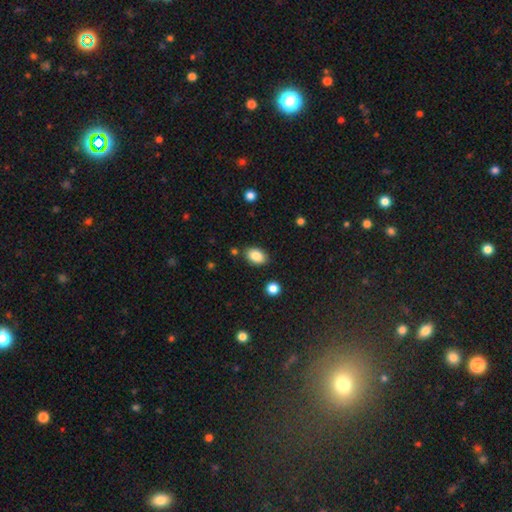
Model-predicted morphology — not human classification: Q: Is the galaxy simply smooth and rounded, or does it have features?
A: smooth — 86%.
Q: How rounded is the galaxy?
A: in between — 85%.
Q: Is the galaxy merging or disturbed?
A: none — 84%.